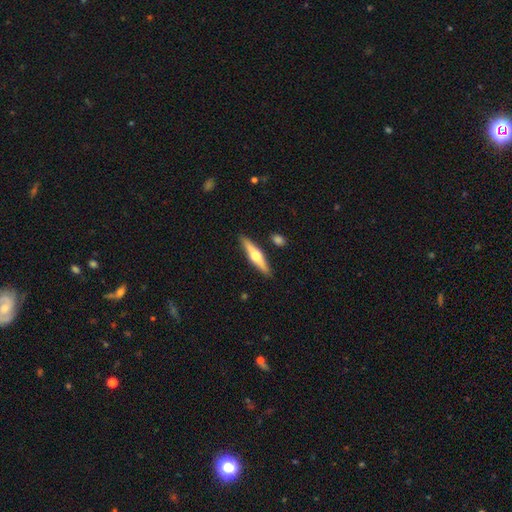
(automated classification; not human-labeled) Smooth or featured? Predicted: featured or disk (p=0.59). Edge-on disk? Predicted: yes (p=0.96). Edge-on bulge? Predicted: rounded (p=0.94). Merging? Predicted: none (p=0.88).